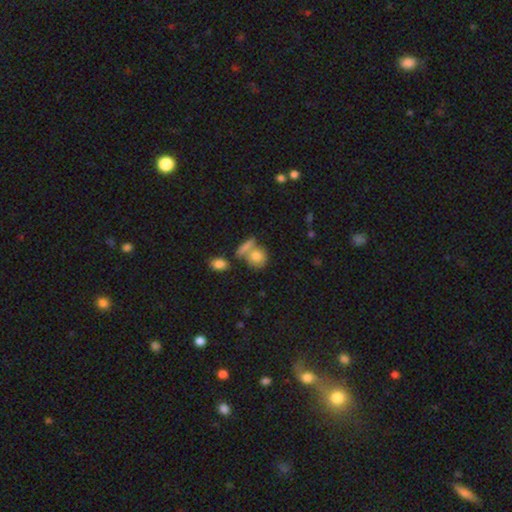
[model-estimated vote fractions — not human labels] This is likely a smooth galaxy (79%). How rounded: likely round (63%). Merging: possibly none (46%).